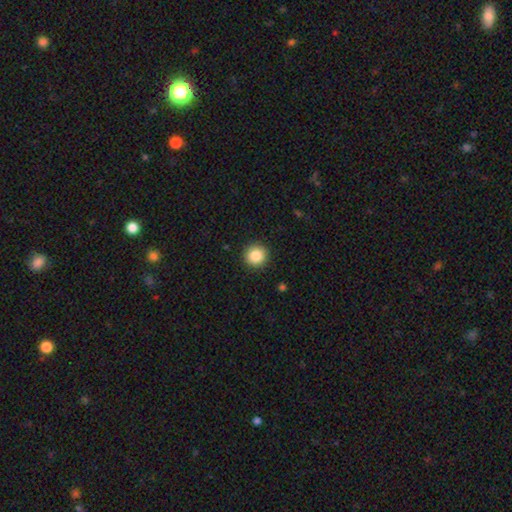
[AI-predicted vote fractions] This appears to be a smooth galaxy with no disk features (86%) that is round (95%). Merging: none (92%).